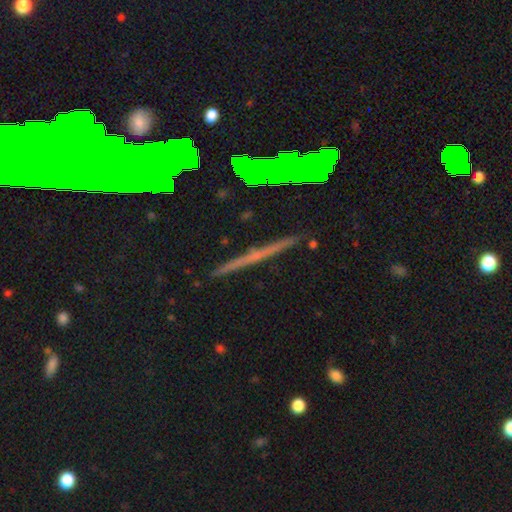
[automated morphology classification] Overall: featured or disk (47%; star or artifact 37%). Merging: none (87%).